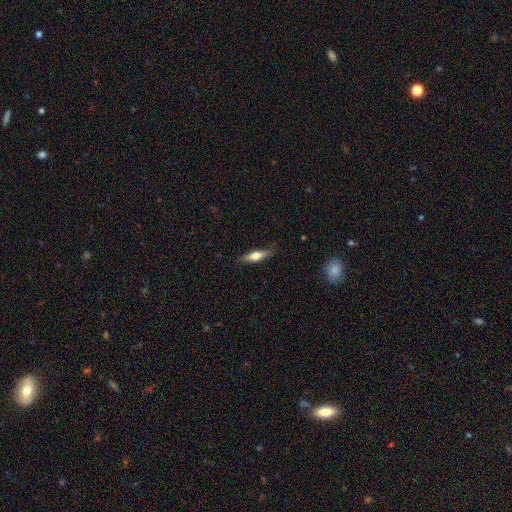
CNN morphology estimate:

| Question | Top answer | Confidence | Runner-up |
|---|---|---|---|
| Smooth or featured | smooth | 55% | featured or disk (38%) |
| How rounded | cigar-shaped | 61% | in between (36%) |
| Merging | none | 80% | minor disturbance (16%) |